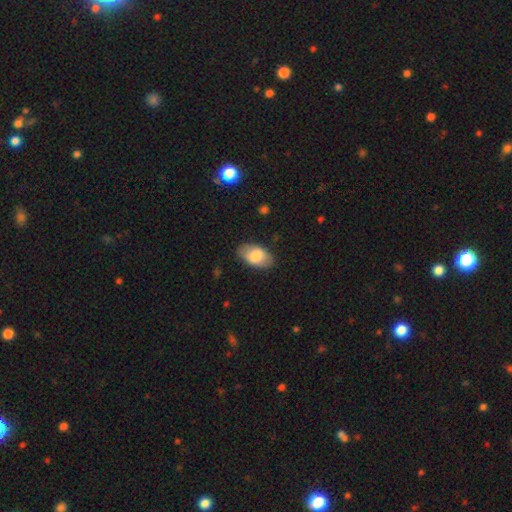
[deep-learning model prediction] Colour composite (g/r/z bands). It shows a smooth galaxy with no disk features (74%) that is in between round and cigar-shaped (93%). Merging: none (83%).